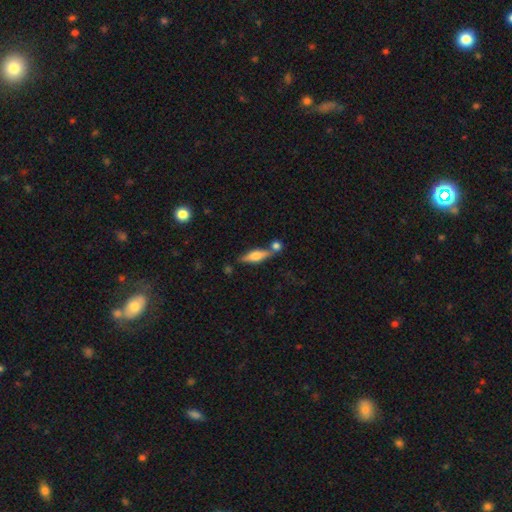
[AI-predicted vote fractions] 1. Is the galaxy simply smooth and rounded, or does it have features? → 51% featured or disk, 43% smooth, 7% star or artifact.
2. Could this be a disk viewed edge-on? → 92% yes, 8% no.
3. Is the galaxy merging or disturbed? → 65% none, 20% merger, 12% minor disturbance, 3% major disturbance.